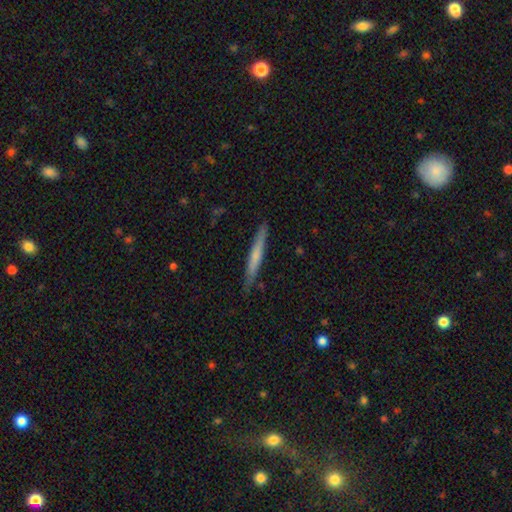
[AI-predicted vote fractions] This appears to be a smooth galaxy with no disk features (57%) that is cigar-shaped (96%). Merging: none (85%).